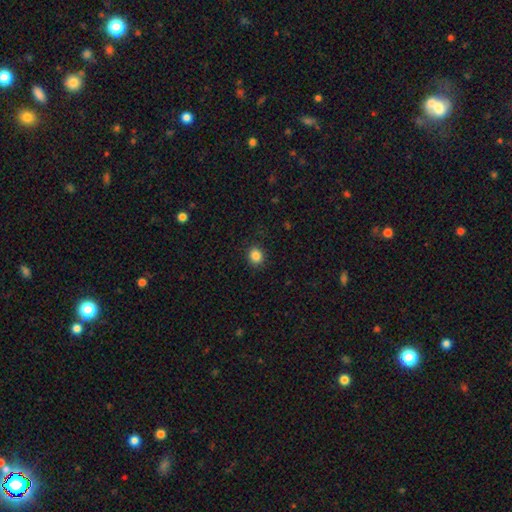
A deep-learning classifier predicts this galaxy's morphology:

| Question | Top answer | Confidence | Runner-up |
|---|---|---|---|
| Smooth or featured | smooth | 85% | star or artifact (11%) |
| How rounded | round | 71% | in between (28%) |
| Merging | none | 88% | minor disturbance (8%) |